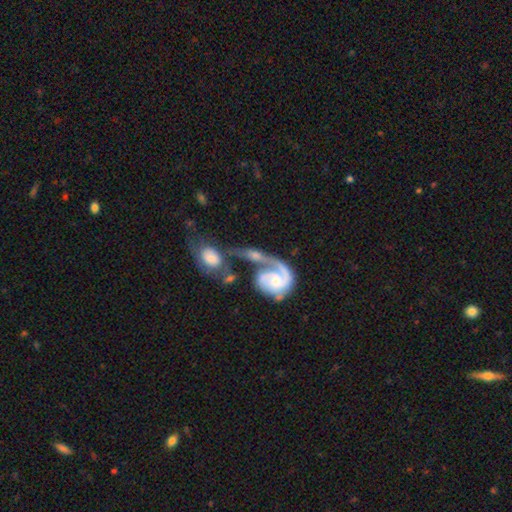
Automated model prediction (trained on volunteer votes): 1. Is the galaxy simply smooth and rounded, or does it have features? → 76% featured or disk, 17% smooth, 7% star or artifact.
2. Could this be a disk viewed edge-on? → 96% no, 4% yes.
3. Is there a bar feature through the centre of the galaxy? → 65% no, 27% weak, 8% strong.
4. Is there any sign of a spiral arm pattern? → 87% yes, 13% no.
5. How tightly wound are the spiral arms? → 35% medium, 33% tight, 33% loose.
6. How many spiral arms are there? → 62% 1, 27% 2, 7% can't tell, 2% 3, 1% 4, 1% more than 4.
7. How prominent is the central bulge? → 40% moderate, 38% small, 10% large, 9% none, 3% dominant.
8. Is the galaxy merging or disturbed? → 60% merger, 17% none, 16% major disturbance, 8% minor disturbance.